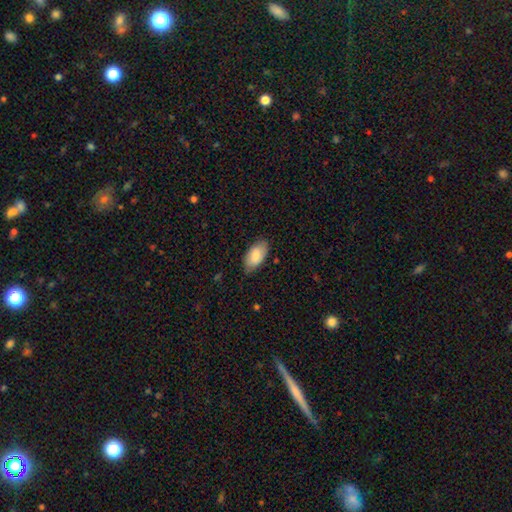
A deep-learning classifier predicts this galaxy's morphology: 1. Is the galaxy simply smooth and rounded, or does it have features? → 81% smooth, 13% featured or disk, 6% star or artifact.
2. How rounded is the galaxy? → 94% in between, 3% cigar-shaped, 3% round.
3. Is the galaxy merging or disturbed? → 79% none, 17% minor disturbance, 3% major disturbance, 1% merger.